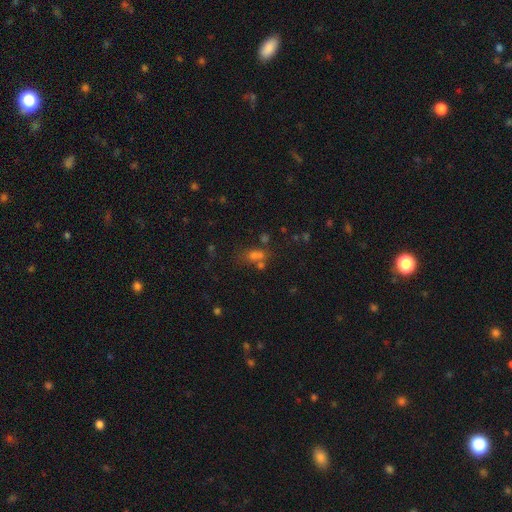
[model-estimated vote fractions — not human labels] smooth 62%, star or artifact 24%, featured or disk 14%. Down the decision tree: how rounded — in between (67%); merging — none (41%).